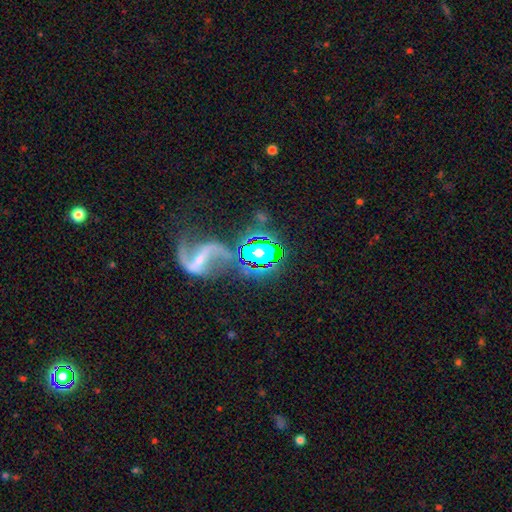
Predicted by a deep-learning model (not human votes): smooth-or-featured: featured or disk: 44% | star or artifact: 37% | smooth: 19%
  merging: none: 55% | minor disturbance: 16% | major disturbance: 16% | merger: 14%